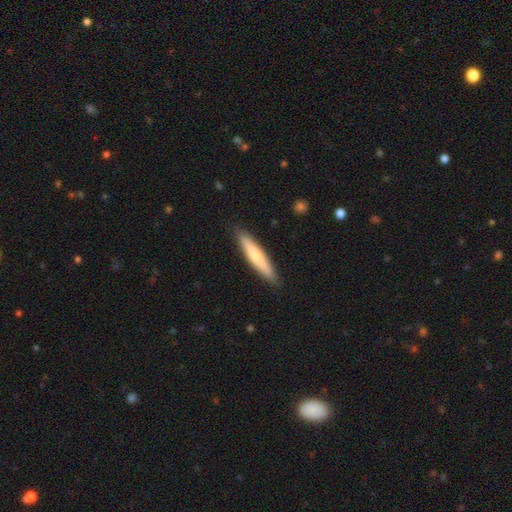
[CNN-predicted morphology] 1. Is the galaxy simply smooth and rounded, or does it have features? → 68% smooth, 27% featured or disk, 5% star or artifact.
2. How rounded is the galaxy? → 91% cigar-shaped, 7% in between, 1% round.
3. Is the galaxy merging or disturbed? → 90% none, 8% minor disturbance, 2% major disturbance, 1% merger.